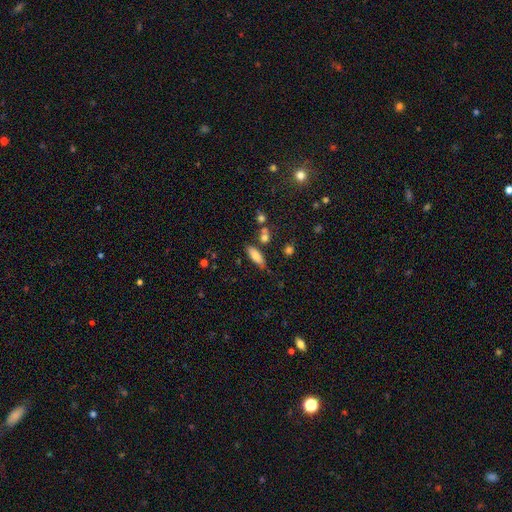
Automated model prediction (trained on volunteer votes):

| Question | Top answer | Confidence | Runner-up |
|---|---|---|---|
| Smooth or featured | smooth | 79% | featured or disk (13%) |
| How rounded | in between | 67% | cigar-shaped (30%) |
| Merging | none | 71% | minor disturbance (17%) |